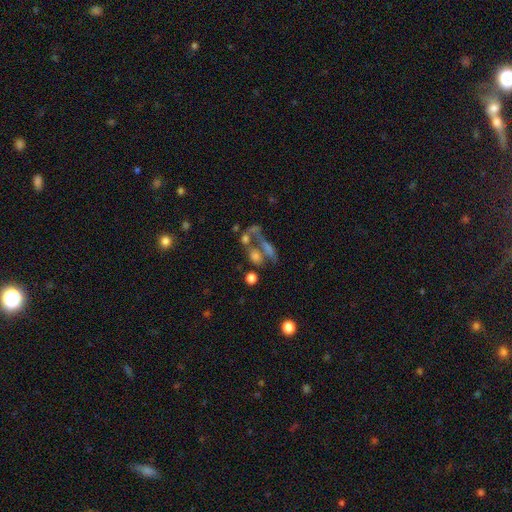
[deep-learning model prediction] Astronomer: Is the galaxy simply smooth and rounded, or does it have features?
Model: smooth — 55%.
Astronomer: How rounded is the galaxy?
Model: in between — 55% (runner-up: round, 34%).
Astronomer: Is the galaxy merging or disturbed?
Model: merger — 43% (runner-up: none, 29%).